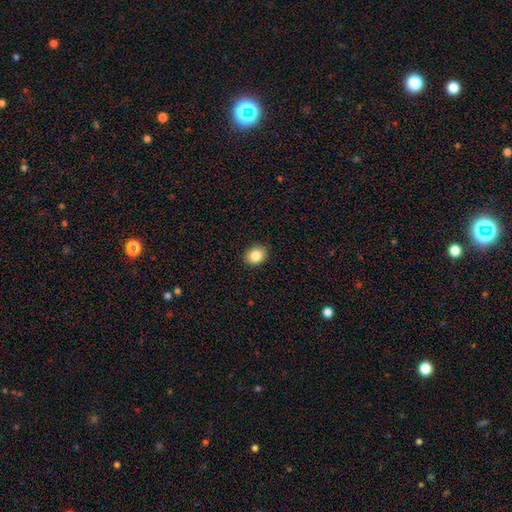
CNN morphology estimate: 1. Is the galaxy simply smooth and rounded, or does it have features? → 85% smooth, 9% star or artifact, 6% featured or disk.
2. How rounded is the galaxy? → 57% round, 43% in between, 1% cigar-shaped.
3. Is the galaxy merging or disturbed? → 90% none, 7% minor disturbance, 2% major disturbance, 1% merger.